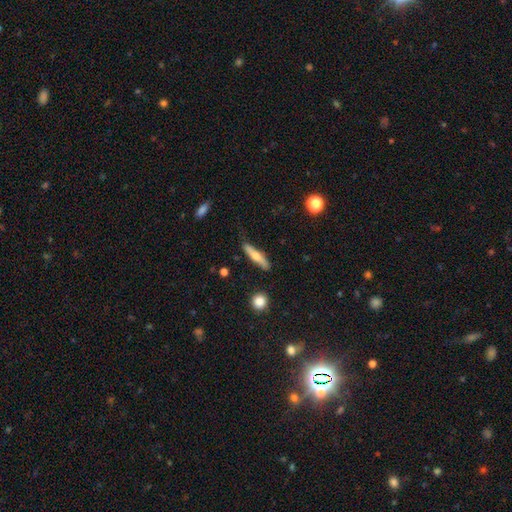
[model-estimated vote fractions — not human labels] Morphology: type=smooth (54%); roundness=cigar-shaped (81%); merging=none (82%).